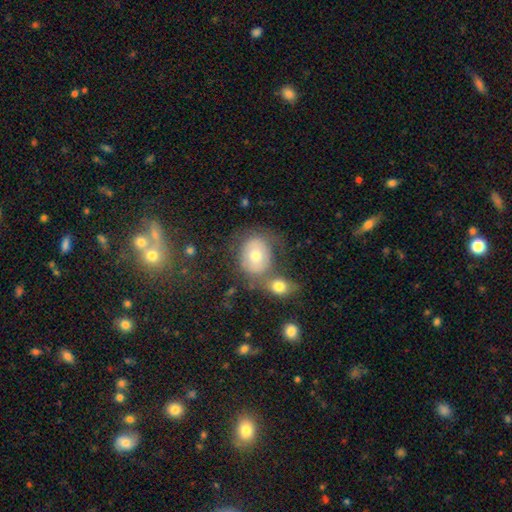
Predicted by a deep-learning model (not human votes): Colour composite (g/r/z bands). It shows a smooth galaxy with no disk features (62%) that is round (60%). Merging: none (45%).